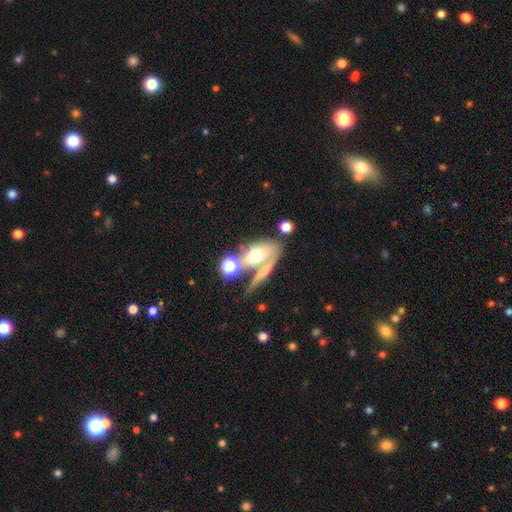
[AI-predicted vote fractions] Smooth or featured? Predicted: smooth (p=0.50). How rounded? Predicted: in between (p=0.75). Merging? Predicted: merger (p=0.40).